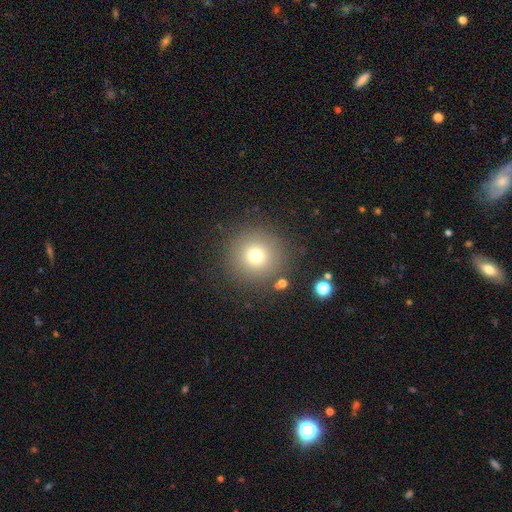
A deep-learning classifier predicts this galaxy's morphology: Q: Smooth or featured?
A: smooth (74%); runner-up: star or artifact (15%)
Q: How rounded?
A: round (96%); runner-up: in between (3%)
Q: Merging?
A: none (87%); runner-up: minor disturbance (7%)